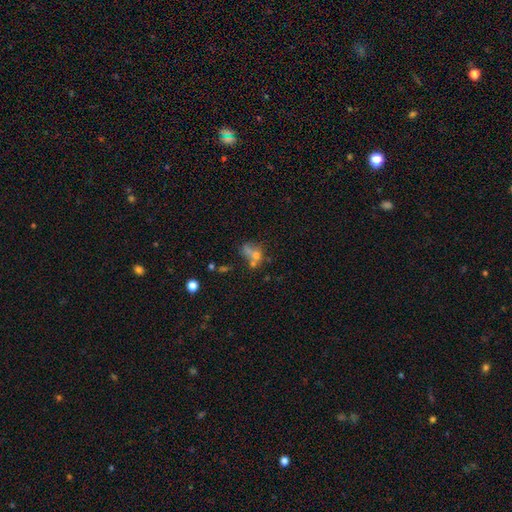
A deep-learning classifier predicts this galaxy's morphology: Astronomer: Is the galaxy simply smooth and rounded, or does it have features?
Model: smooth — 53% (runner-up: featured or disk, 28%).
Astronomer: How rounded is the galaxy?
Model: round — 49% (runner-up: in between, 48%).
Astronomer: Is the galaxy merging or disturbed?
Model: merger — 44% (runner-up: none, 28%).